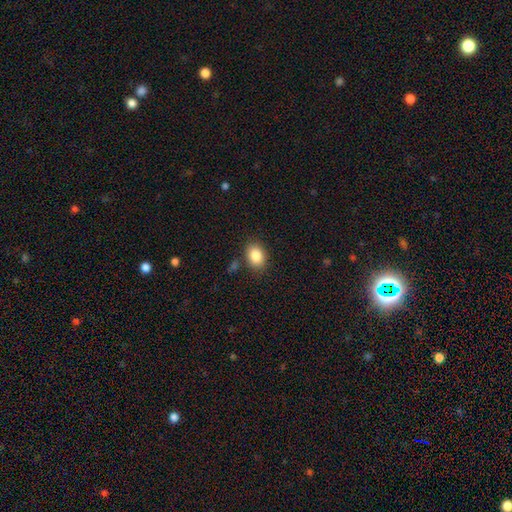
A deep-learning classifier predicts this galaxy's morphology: The model was most divided on "how rounded": in between: 71%, round: 28%, cigar-shaped: 1%. More confident: smooth or featured — smooth (86%); merging — none (83%).